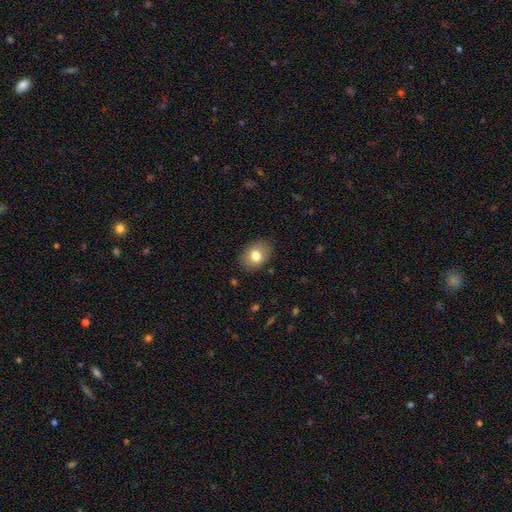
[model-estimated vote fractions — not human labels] A smooth galaxy with no disk features (78%) that is in between round and cigar-shaped (71%).

Vote fractions:
- Smooth or featured? smooth: 78% / featured or disk: 13% / star or artifact: 9%
- How rounded? in between: 71% / round: 28% / cigar-shaped: 1%
- Merging? none: 84% / minor disturbance: 12% / major disturbance: 3% / merger: 1%